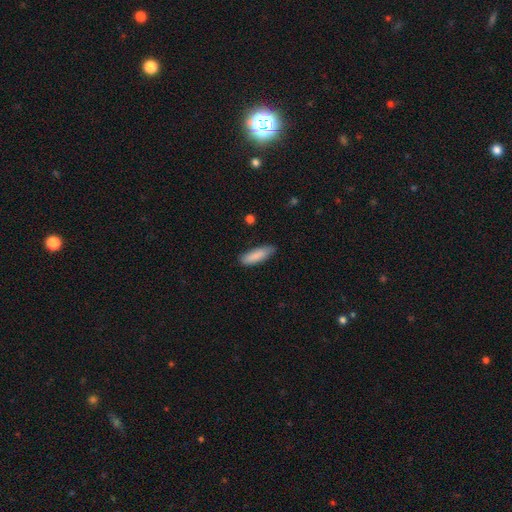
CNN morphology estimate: The model was most divided on "how rounded": cigar-shaped: 53%, in between: 45%, round: 1%. More confident: smooth or featured — smooth (87%); merging — none (80%).